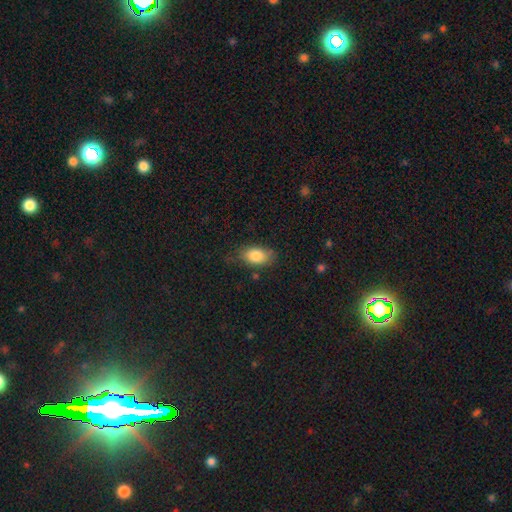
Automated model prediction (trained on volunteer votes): A smooth galaxy with no disk features (83%) that is in between round and cigar-shaped (87%). Merging: none (70%).